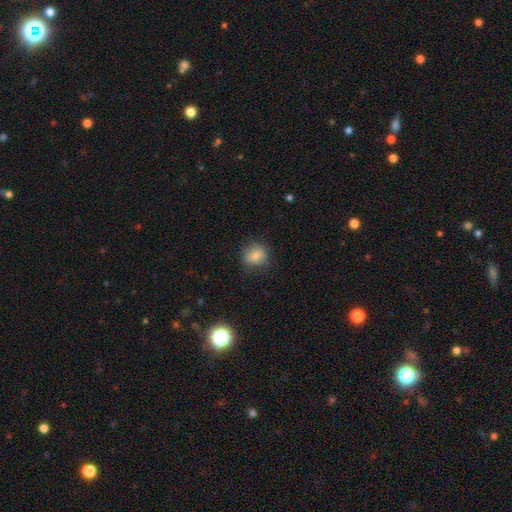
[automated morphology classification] This appears to be a smooth galaxy with no disk features (79%) that is round (80%). Merging: none (79%).